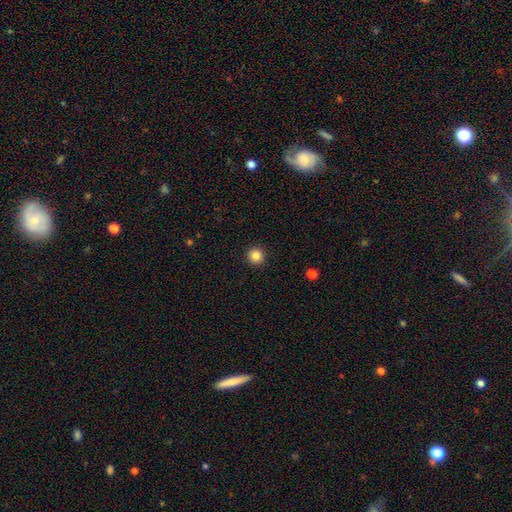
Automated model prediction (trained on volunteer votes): Smooth or featured?
  - smooth: 85% *
  - star or artifact: 11%
  - featured or disk: 4%
How rounded?
  - round: 96% *
  - in between: 3%
  - cigar-shaped: 1%
Merging?
  - none: 94% *
  - minor disturbance: 4%
  - major disturbance: 1%
  - merger: 1%